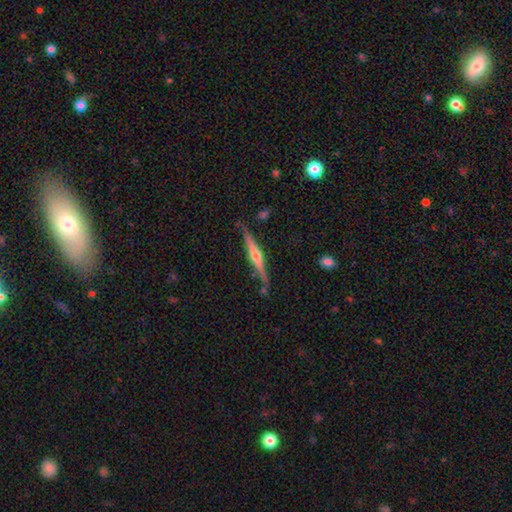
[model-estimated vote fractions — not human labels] featured or disk 75%, smooth 20%, star or artifact 6%. Down the decision tree: edge-on disk — yes (98%); edge-on bulge — rounded (87%); merging — none (82%).